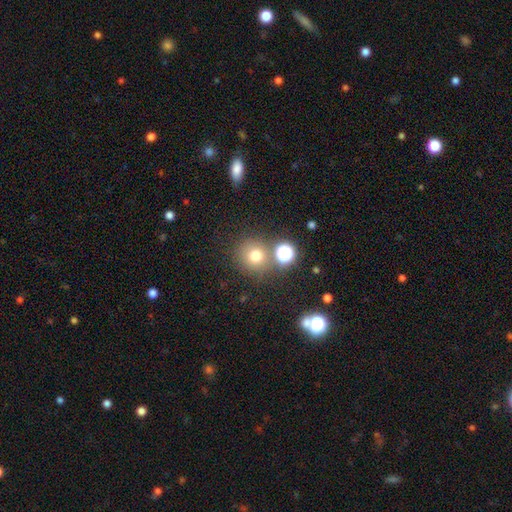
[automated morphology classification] A smooth galaxy with no disk features (73%) that is round (92%). Merging: none (74%).